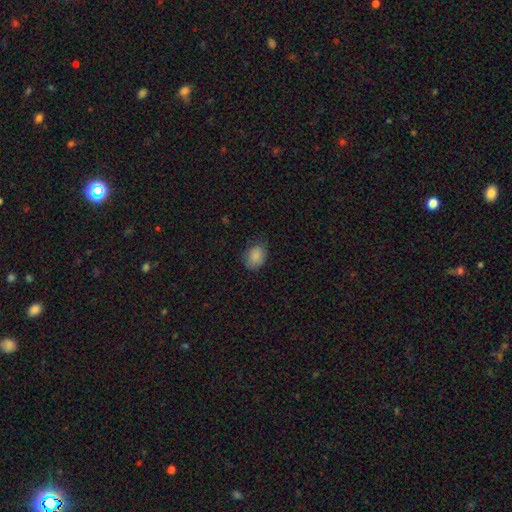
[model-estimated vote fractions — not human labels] Smooth or featured: smooth — 86% (star or artifact — 8%)
How rounded: in between — 67% (round — 32%)
Merging: none — 72% (minor disturbance — 22%)